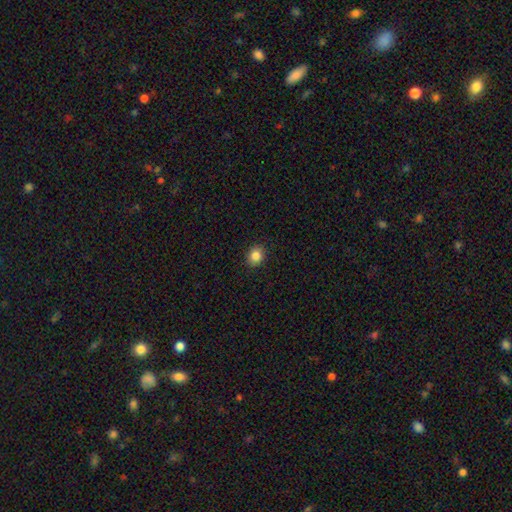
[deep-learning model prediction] Q: Smooth or featured?
A: smooth (86%); runner-up: star or artifact (10%)
Q: How rounded?
A: round (66%); runner-up: in between (33%)
Q: Merging?
A: none (90%); runner-up: minor disturbance (7%)